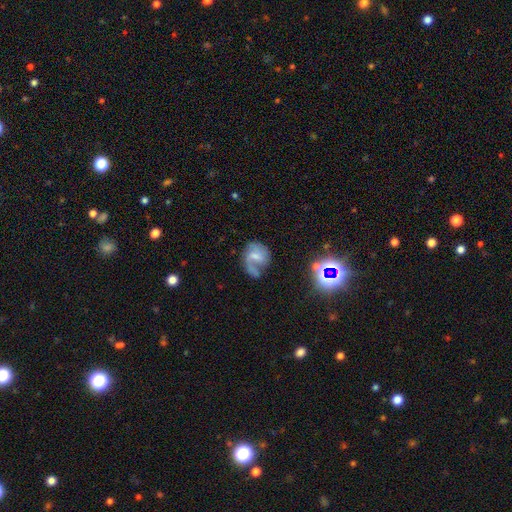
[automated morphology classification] This appears to be a featured or disk galaxy (64%) with a weak bar (51%), 2 (52%) medium (44%) spiral arms (83%) and a small central bulge (39%). Merging: none (43%).